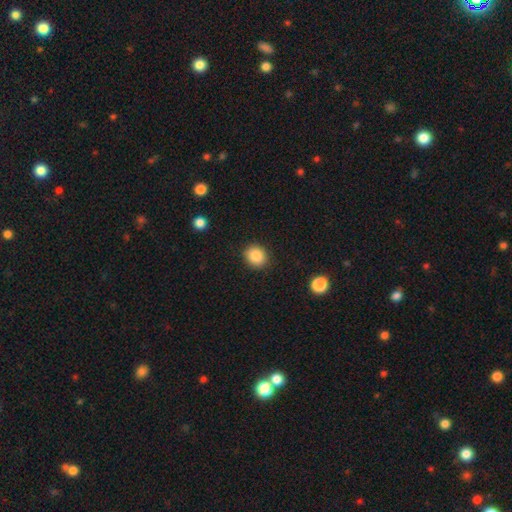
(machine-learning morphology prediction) Smooth or featured? Predicted: smooth (p=0.86). How rounded? Predicted: round (p=0.77). Merging? Predicted: none (p=0.90).